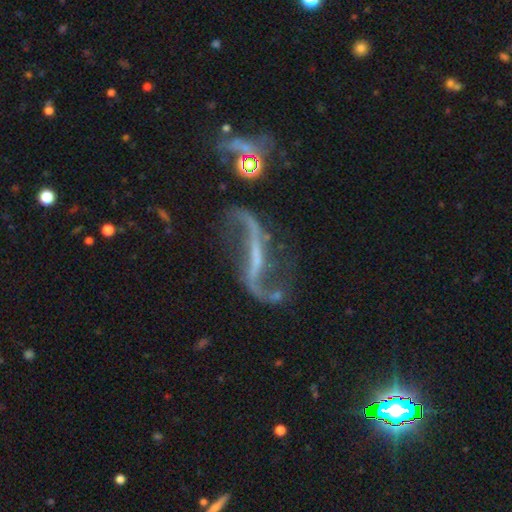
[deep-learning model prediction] Overall: featured or disk (84%). Edge-on disk: no (90%). Bar: strong (54%; weak 27%). Spiral arms: yes (90%). Spiral arm count: 2 (90%). Spiral winding: loose (90%). Bulge size: none (51%; small 38%). Merging: none (57%; major disturbance 18%).